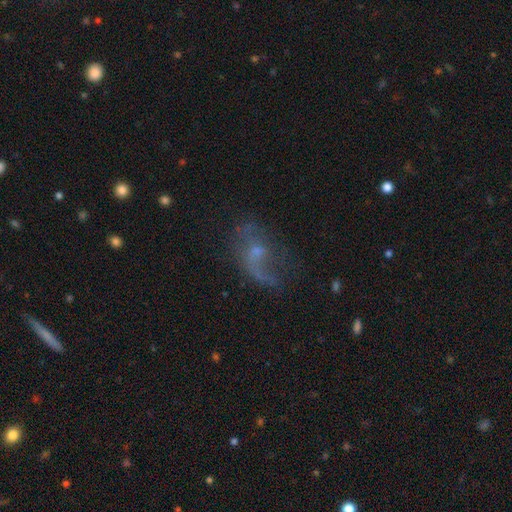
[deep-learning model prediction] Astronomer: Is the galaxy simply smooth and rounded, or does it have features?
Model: featured or disk — 65%.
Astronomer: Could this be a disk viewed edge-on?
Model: no — 95%.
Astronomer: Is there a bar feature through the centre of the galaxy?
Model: no — 72%.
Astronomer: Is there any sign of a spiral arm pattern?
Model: yes — 75%.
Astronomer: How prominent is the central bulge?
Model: small — 61%.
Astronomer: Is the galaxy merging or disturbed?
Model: none — 45% (runner-up: major disturbance, 29%).